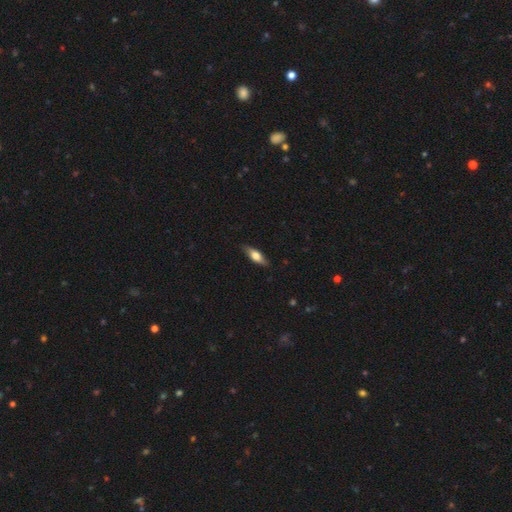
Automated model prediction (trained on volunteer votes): Morphology: type=smooth (55%); roundness=in between (57%); merging=none (84%).